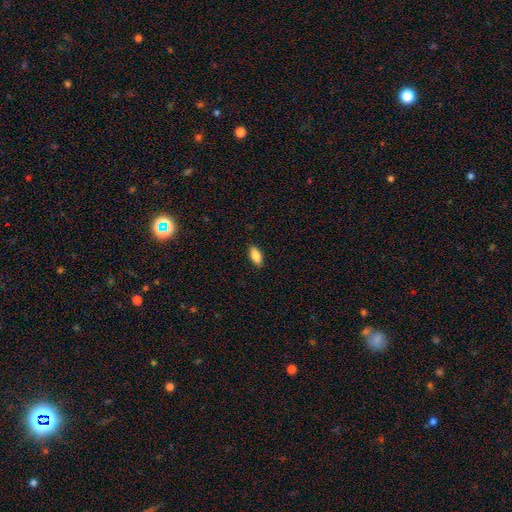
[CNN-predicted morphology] Smooth or featured?
  - smooth: 87% *
  - star or artifact: 7%
  - featured or disk: 6%
How rounded?
  - in between: 87% *
  - cigar-shaped: 11%
  - round: 2%
Merging?
  - none: 88% *
  - minor disturbance: 9%
  - major disturbance: 2%
  - merger: 1%